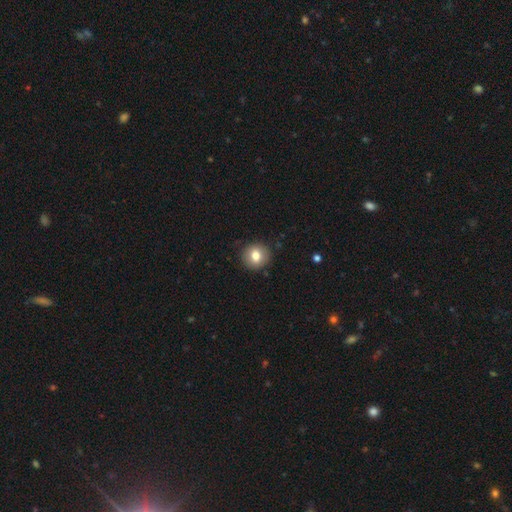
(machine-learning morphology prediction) type=smooth (79%); roundness=round (88%); merging=none (89%).